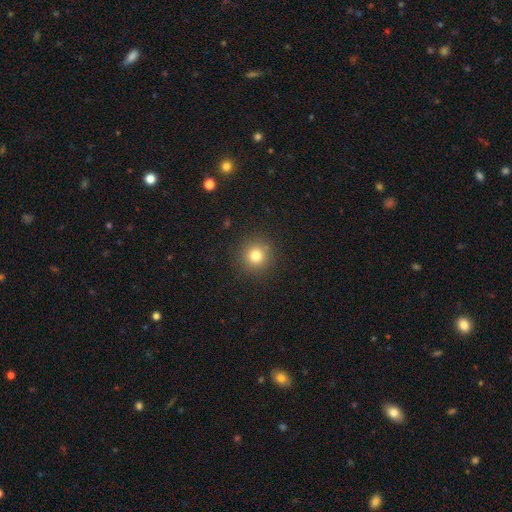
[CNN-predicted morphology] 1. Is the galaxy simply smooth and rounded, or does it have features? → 79% smooth, 14% star or artifact, 7% featured or disk.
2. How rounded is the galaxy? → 94% round, 5% in between, 1% cigar-shaped.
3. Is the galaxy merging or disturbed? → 90% none, 6% minor disturbance, 3% major disturbance, 1% merger.